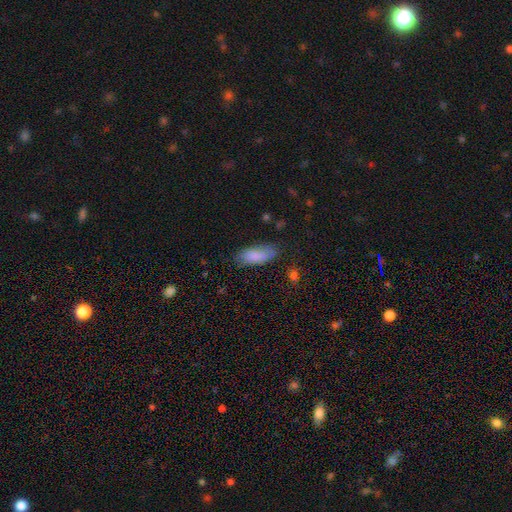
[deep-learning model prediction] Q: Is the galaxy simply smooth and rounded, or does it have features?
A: smooth — 84%.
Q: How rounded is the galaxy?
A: in between — 80%.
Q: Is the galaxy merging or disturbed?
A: none — 73%.